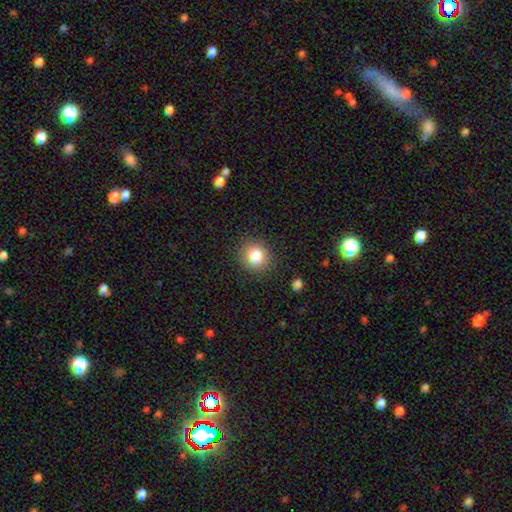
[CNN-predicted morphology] This is clearly a smooth galaxy (84%). How rounded: clearly round (85%). Merging: clearly none (88%).